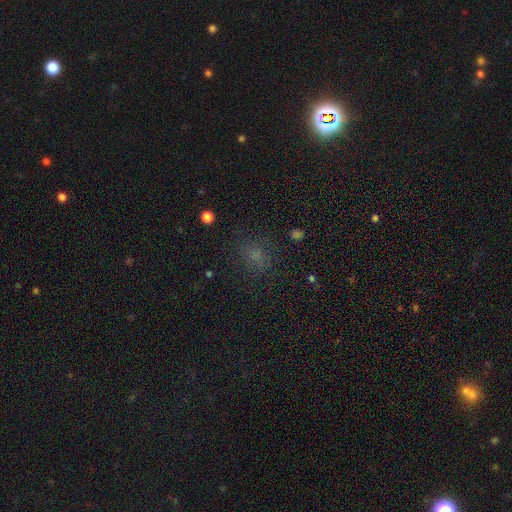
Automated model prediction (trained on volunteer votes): Smooth or featured: smooth — 59% (star or artifact — 31%)
How rounded: round — 59% (in between — 39%)
Merging: none — 75% (minor disturbance — 15%)